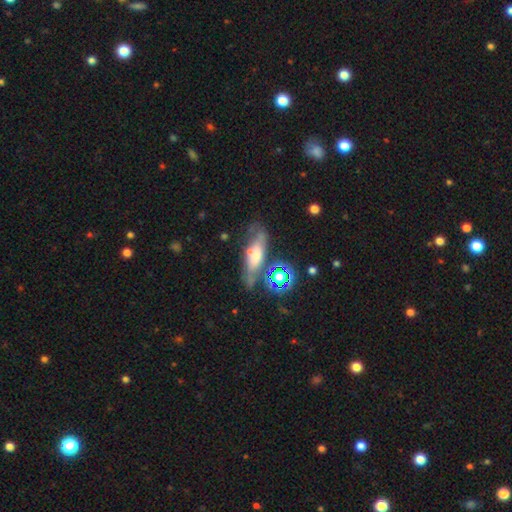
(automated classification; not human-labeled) Smooth or featured? featured or disk (43%)
Merging? none (55%)